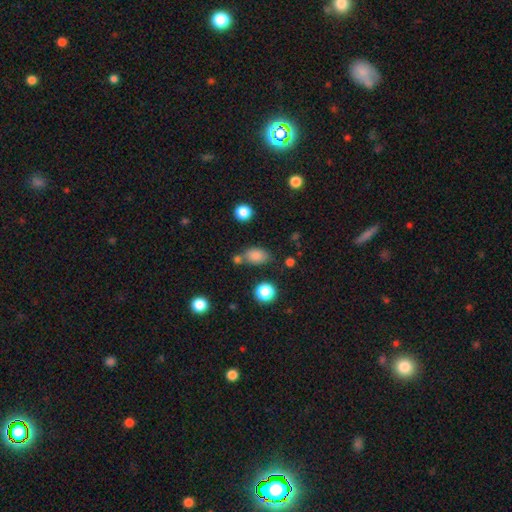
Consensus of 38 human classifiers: Overall: smooth (95%). How rounded: in between (92%). Merging: none (62%).